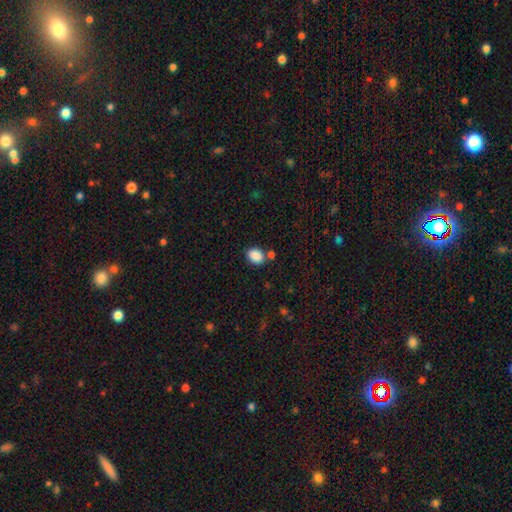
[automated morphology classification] smooth 88%, star or artifact 9%, featured or disk 4%. Down the decision tree: how rounded — in between (70%); merging — none (73%).